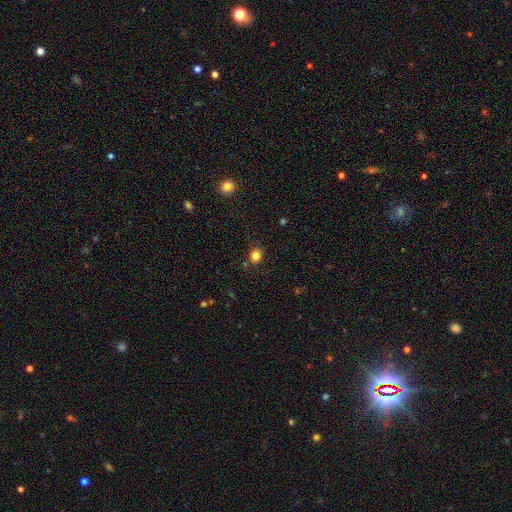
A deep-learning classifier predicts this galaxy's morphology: Smooth or featured? smooth (81%)
How rounded? round (80%)
Merging? none (80%)